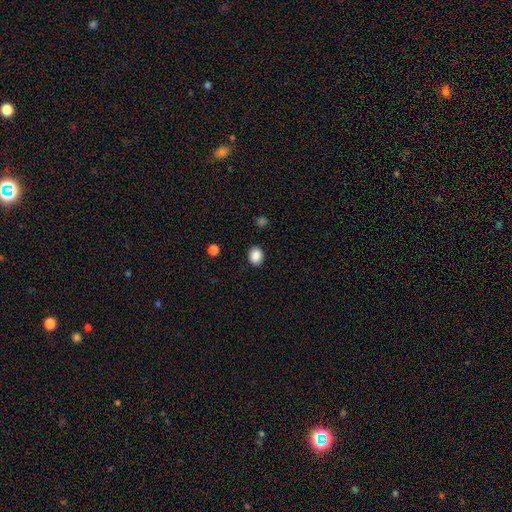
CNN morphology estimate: A smooth galaxy with no disk features (88%) that is round (51%).

Vote fractions:
- Smooth or featured? smooth: 88% / star or artifact: 9% / featured or disk: 3%
- How rounded? round: 51% / in between: 48% / cigar-shaped: 1%
- Merging? none: 89% / minor disturbance: 8% / major disturbance: 2% / merger: 1%